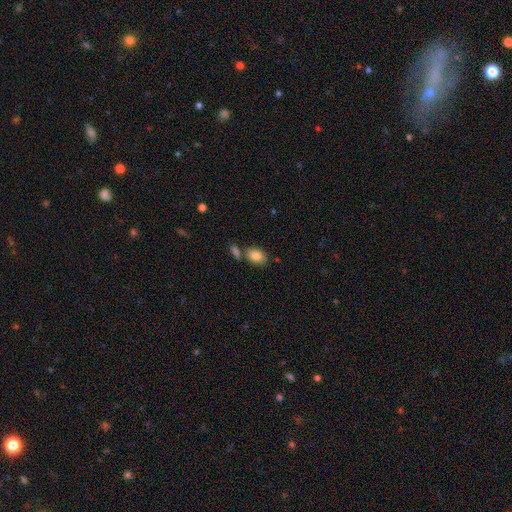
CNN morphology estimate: smooth 84%, featured or disk 8%, star or artifact 8%. Down the decision tree: how rounded — in between (84%); merging — none (65%).